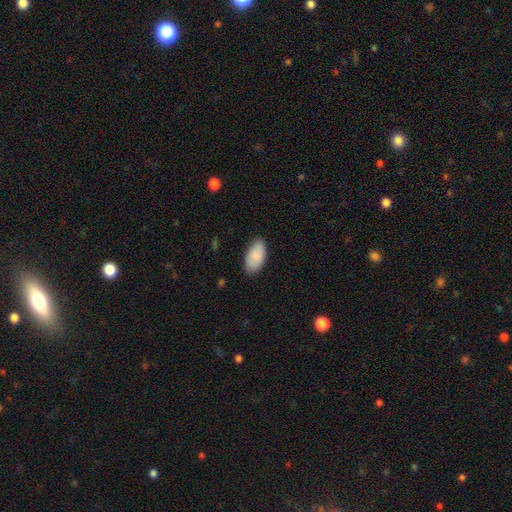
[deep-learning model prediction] A smooth galaxy with no disk features (85%) that is in between round and cigar-shaped (95%). Merging: none (83%).